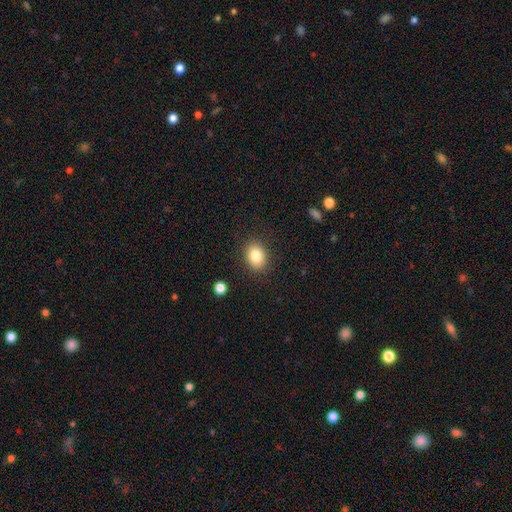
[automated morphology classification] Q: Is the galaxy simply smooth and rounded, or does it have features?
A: smooth — 83%.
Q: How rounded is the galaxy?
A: in between — 56%.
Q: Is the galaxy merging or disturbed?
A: none — 87%.